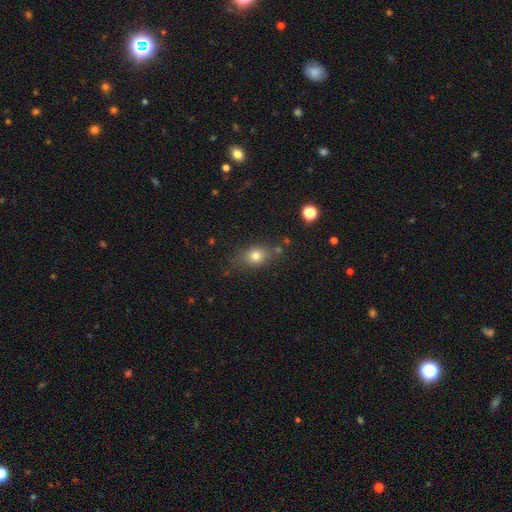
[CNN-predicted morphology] smooth 77%, star or artifact 12%, featured or disk 11%. Down the decision tree: how rounded — in between (61%); merging — none (73%).